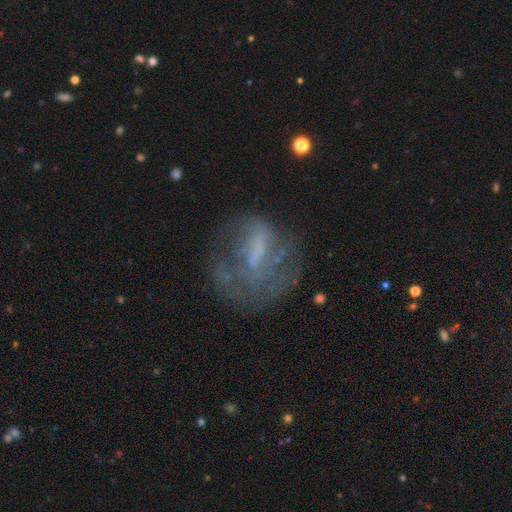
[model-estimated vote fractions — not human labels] This is possibly a featured or disk galaxy (59%). It is clearly not viewed edge-on (94%). Bar: marginally no (38%). Spiral arm pattern: possibly no (54%). Central bulge: possibly none (49%). Merging: possibly none (47%).